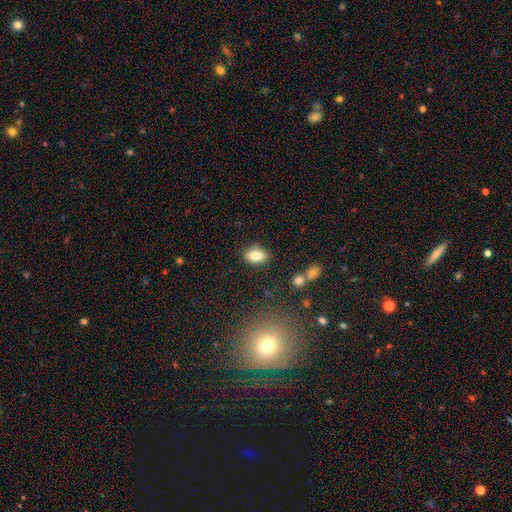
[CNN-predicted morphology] type=smooth (83%); roundness=in between (88%); merging=none (79%).